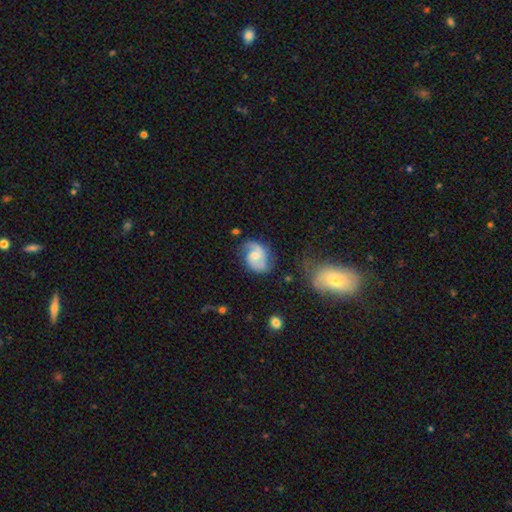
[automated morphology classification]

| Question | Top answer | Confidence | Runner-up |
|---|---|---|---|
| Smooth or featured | featured or disk | 78% | smooth (16%) |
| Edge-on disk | no | 98% | yes (2%) |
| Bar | no | 53% | weak (40%) |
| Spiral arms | yes | 95% | no (5%) |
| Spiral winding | medium | 52% | loose (25%) |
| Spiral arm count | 2 | 84% | 1 (7%) |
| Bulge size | moderate | 54% | small (34%) |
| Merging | none | 67% | minor disturbance (21%) |